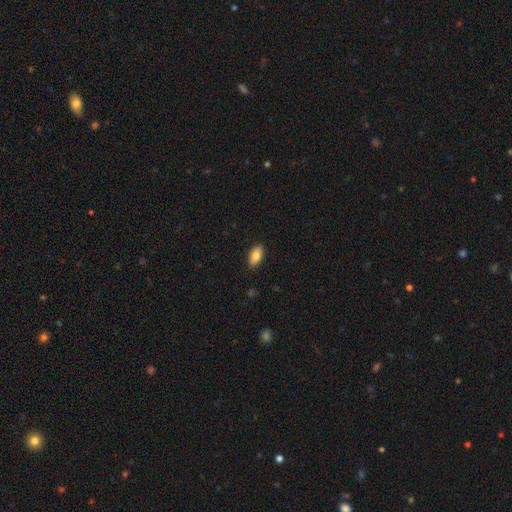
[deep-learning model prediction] smooth 82%, featured or disk 11%, star or artifact 7%. Down the decision tree: how rounded — in between (93%); merging — none (90%).